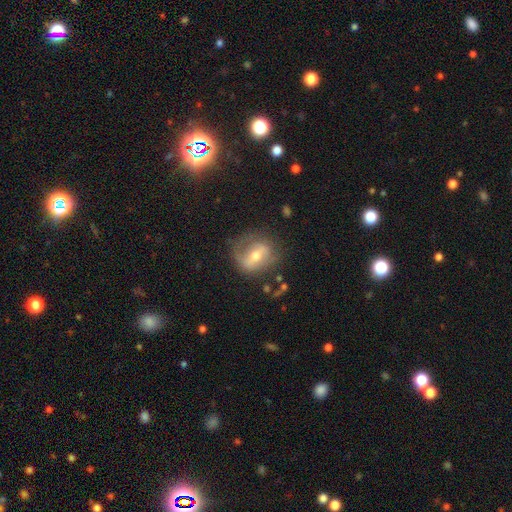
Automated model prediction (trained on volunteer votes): smooth-or-featured: featured or disk: 60% | smooth: 32% | star or artifact: 8%
  disk-edge-on: no: 89% | yes: 11%
    bar: strong: 49% | weak: 32% | no: 19%
    has-spiral-arms: no: 52% | yes: 48%
    bulge-size: moderate: 64% | small: 29% | large: 5% | none: 1% | dominant: 1%
  merging: none: 63% | minor disturbance: 21% | major disturbance: 13% | merger: 3%